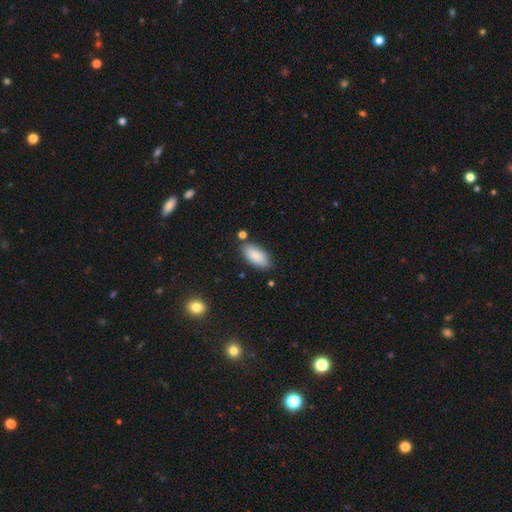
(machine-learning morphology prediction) A smooth galaxy with no disk features (86%) that is in between round and cigar-shaped (91%). Merging: none (82%).